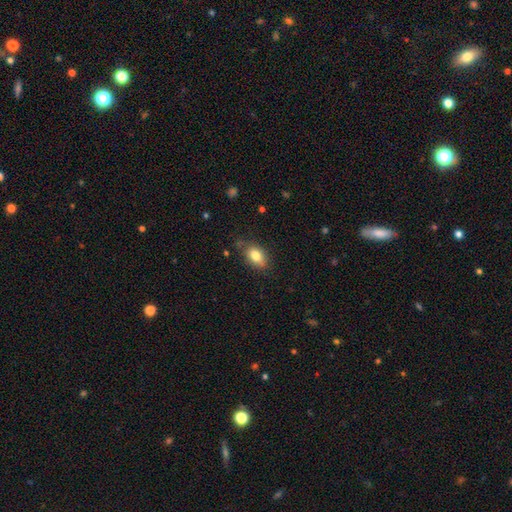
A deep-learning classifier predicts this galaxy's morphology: Smooth or featured? smooth (80%)
How rounded? in between (85%)
Merging? none (75%)